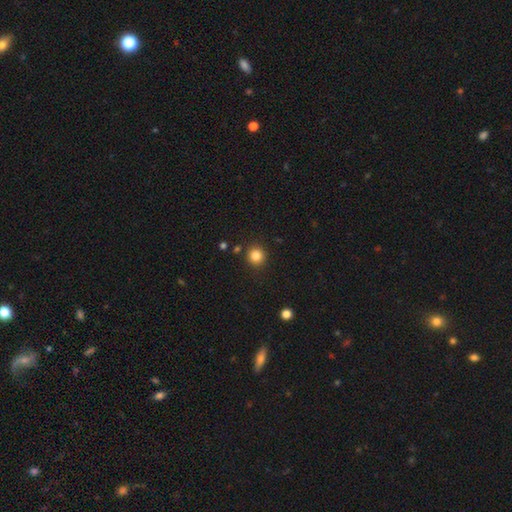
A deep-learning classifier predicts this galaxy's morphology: Smooth or featured? Predicted: smooth (p=0.83). How rounded? Predicted: round (p=0.93). Merging? Predicted: none (p=0.90).